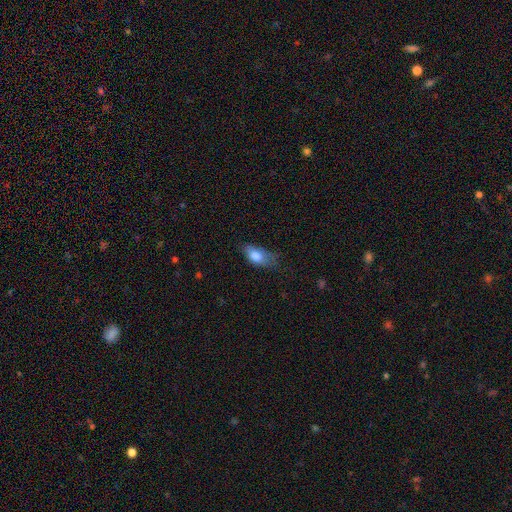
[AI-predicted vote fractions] smooth 79%, featured or disk 13%, star or artifact 8%. Down the decision tree: how rounded — in between (87%); merging — none (45%).